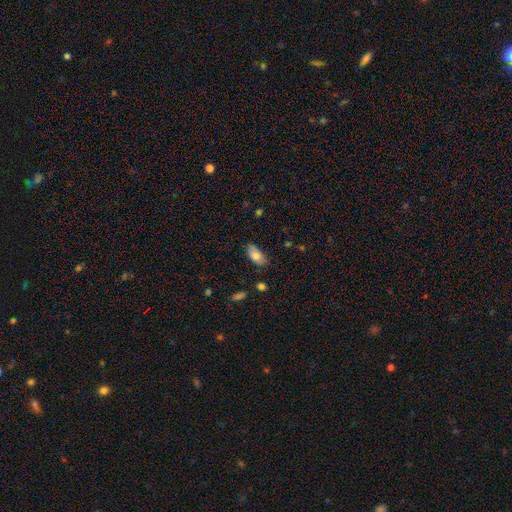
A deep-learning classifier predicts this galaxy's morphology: Smooth or featured: smooth — 75% (featured or disk — 18%)
How rounded: in between — 90% (cigar-shaped — 7%)
Merging: none — 72% (minor disturbance — 22%)